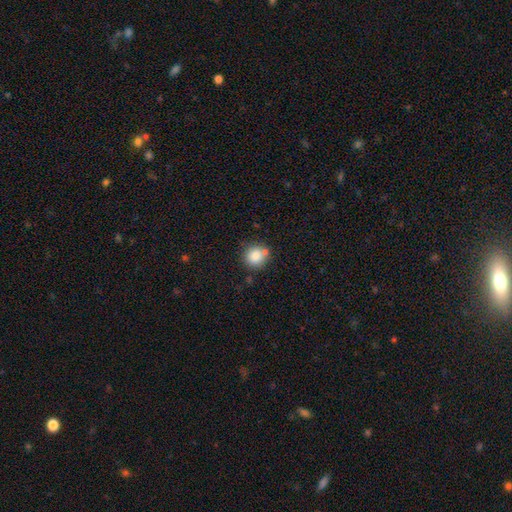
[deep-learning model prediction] smooth-or-featured: smooth: 85% | star or artifact: 9% | featured or disk: 6%
  how-rounded: round: 89% | in between: 10% | cigar-shaped: 1%
  merging: none: 71% | minor disturbance: 13% | merger: 13% | major disturbance: 4%